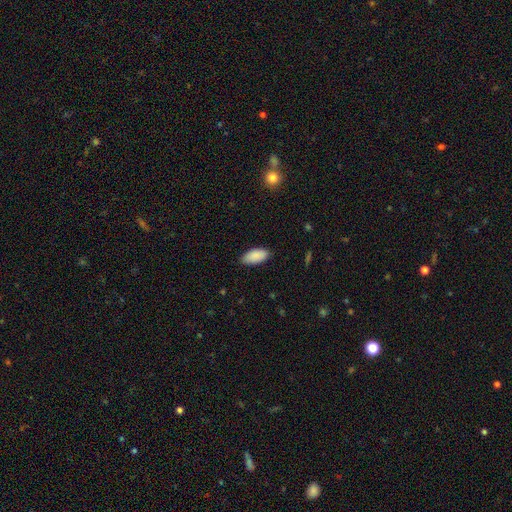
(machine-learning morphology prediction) Overall: smooth (90%). How rounded: in between (92%). Merging: none (86%).